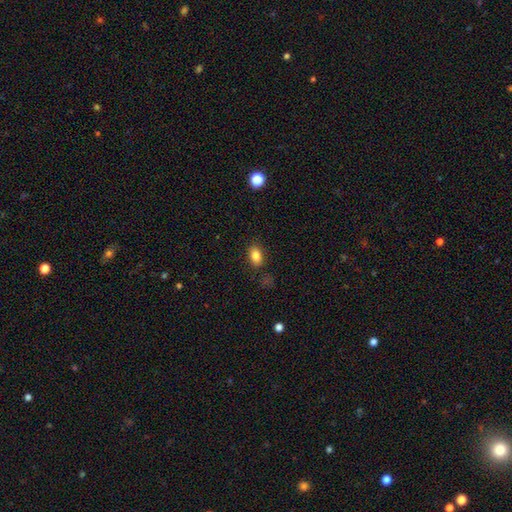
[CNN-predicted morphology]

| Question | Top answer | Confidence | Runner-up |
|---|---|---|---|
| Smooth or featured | smooth | 83% | star or artifact (10%) |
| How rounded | in between | 83% | round (15%) |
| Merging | none | 85% | minor disturbance (11%) |